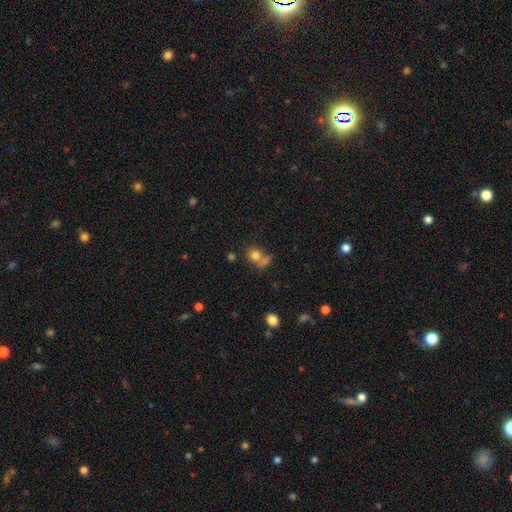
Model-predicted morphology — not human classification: type=smooth (77%); roundness=round (78%); merging=none (47%).